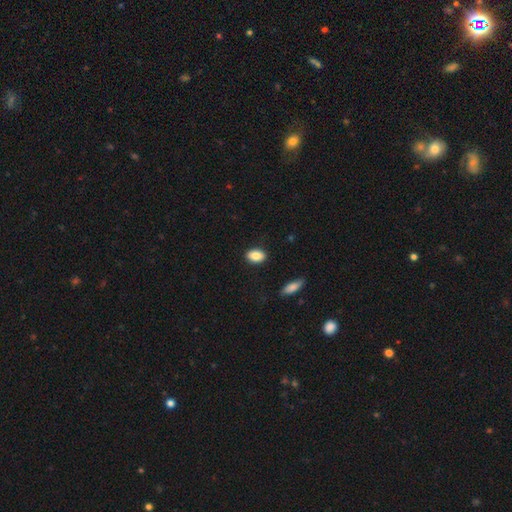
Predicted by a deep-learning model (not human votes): Q: Smooth or featured?
A: smooth (86%); runner-up: star or artifact (7%)
Q: How rounded?
A: in between (86%); runner-up: round (12%)
Q: Merging?
A: none (89%); runner-up: minor disturbance (8%)